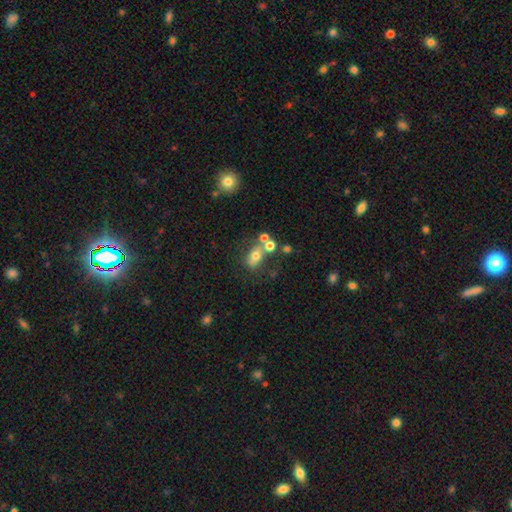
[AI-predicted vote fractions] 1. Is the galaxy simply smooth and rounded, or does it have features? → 63% smooth, 22% featured or disk, 15% star or artifact.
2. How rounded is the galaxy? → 72% in between, 25% round, 3% cigar-shaped.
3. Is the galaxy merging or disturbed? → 42% none, 32% merger, 15% minor disturbance, 10% major disturbance.